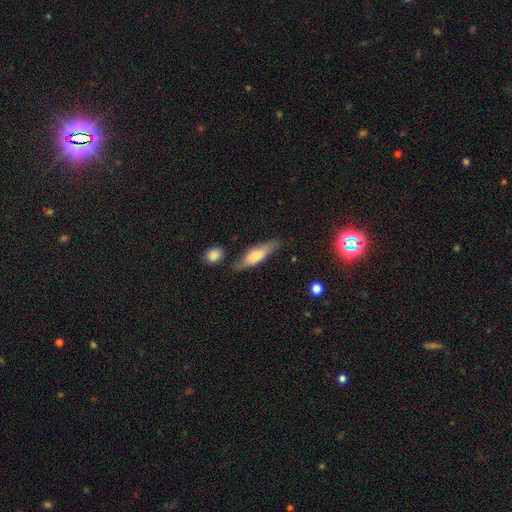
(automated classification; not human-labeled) Smooth or featured? smooth (56%)
How rounded? cigar-shaped (55%)
Merging? none (72%)